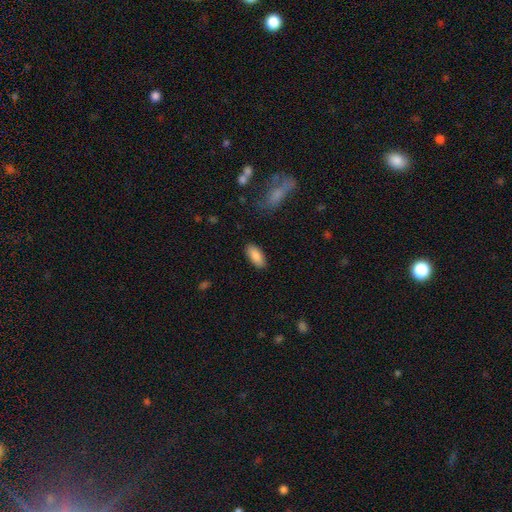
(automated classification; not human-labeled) smooth 87%, featured or disk 6%, star or artifact 6%. Down the decision tree: how rounded — in between (86%); merging — none (87%).